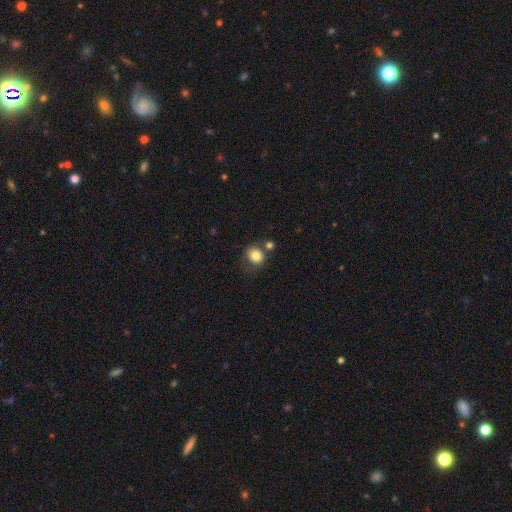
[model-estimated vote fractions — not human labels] Smooth or featured: smooth — 80% (star or artifact — 10%)
How rounded: round — 75% (in between — 24%)
Merging: none — 56% (minor disturbance — 19%)